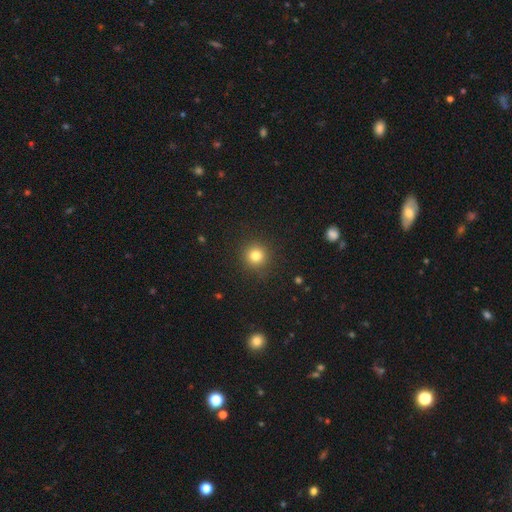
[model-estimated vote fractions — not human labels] A smooth galaxy with no disk features (81%) that is round (94%). Merging: none (91%).